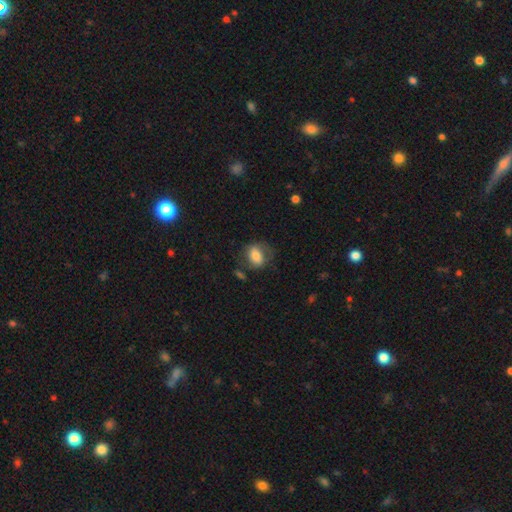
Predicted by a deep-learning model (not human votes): Smooth or featured? smooth (70%)
How rounded? in between (69%)
Merging? none (54%)